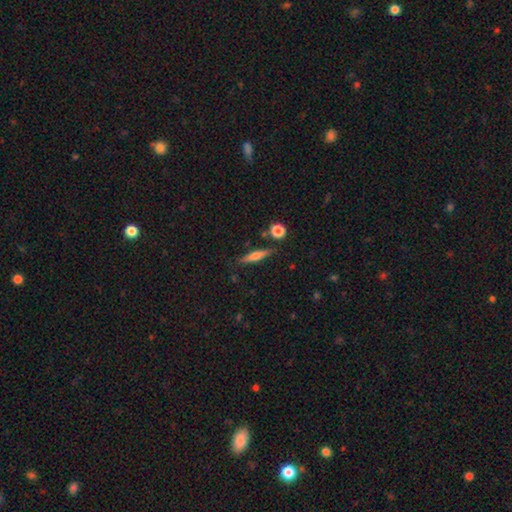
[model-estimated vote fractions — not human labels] A smooth galaxy with no disk features (48%). Merging: none (83%).